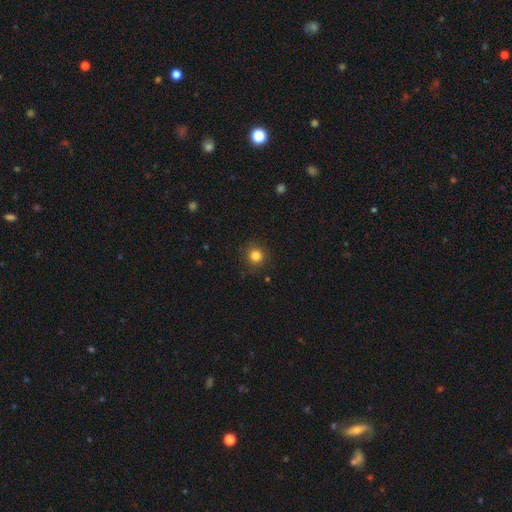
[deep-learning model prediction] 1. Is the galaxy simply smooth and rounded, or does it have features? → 83% smooth, 12% star or artifact, 5% featured or disk.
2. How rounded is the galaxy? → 93% round, 6% in between, 1% cigar-shaped.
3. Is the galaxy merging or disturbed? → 88% none, 8% minor disturbance, 3% major disturbance, 1% merger.